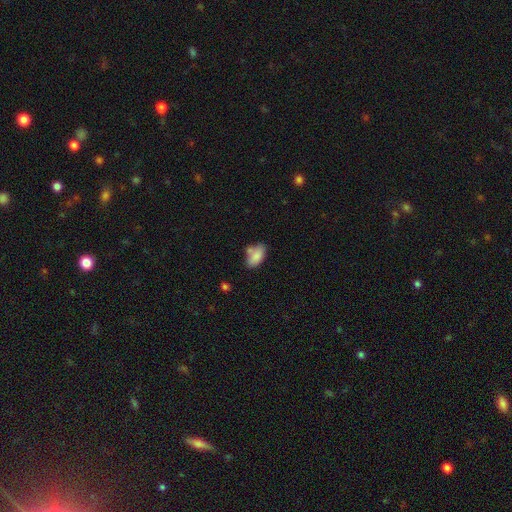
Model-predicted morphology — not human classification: Overall: smooth (83%). How rounded: in between (91%). Merging: none (53%; minor disturbance 23%).